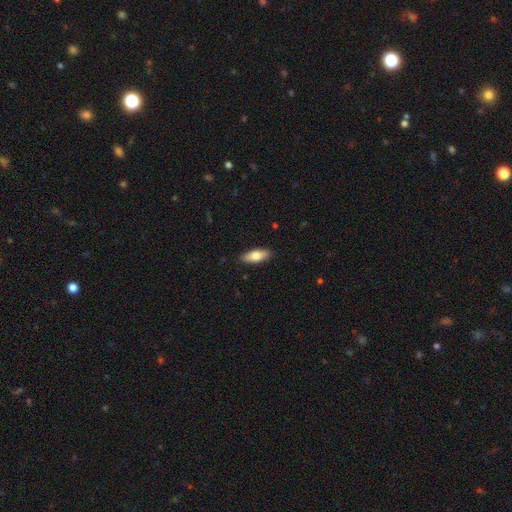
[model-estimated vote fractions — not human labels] Smooth or featured? Predicted: smooth (p=0.73). How rounded? Predicted: in between (p=0.71). Merging? Predicted: none (p=0.89).